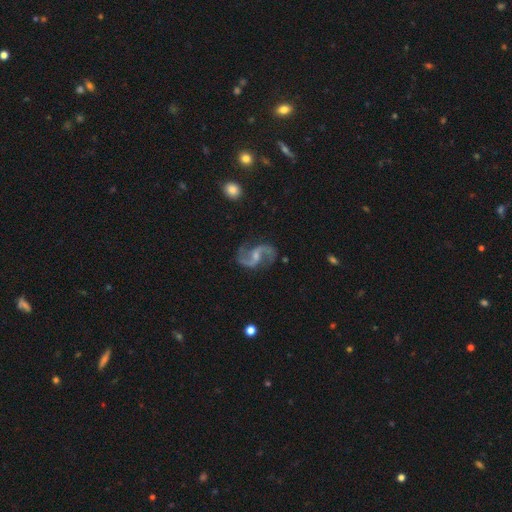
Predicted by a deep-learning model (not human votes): The model was most divided on "bar": weak: 50%, no: 32%, strong: 18%. More confident: edge-on disk — no (98%); spiral arms — yes (98%); spiral arm count — 2 (95%); smooth or featured — featured or disk (93%); merging — none (80%); spiral winding — loose (60%); bulge size — small (50%).